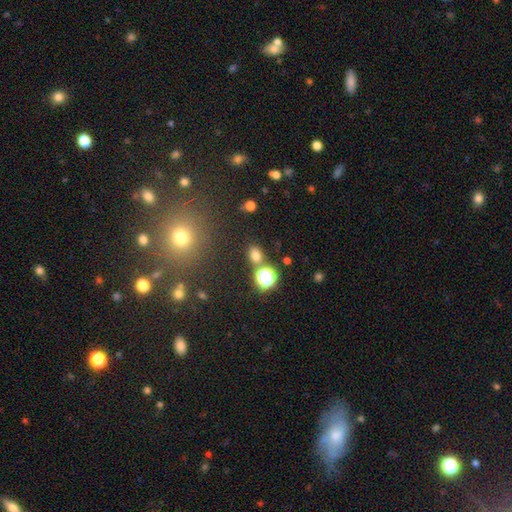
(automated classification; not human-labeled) Smooth or featured?
  - smooth: 73% *
  - star or artifact: 20%
  - featured or disk: 7%
How rounded?
  - in between: 65% *
  - round: 33%
  - cigar-shaped: 2%
Merging?
  - none: 76% *
  - merger: 11%
  - minor disturbance: 10%
  - major disturbance: 4%